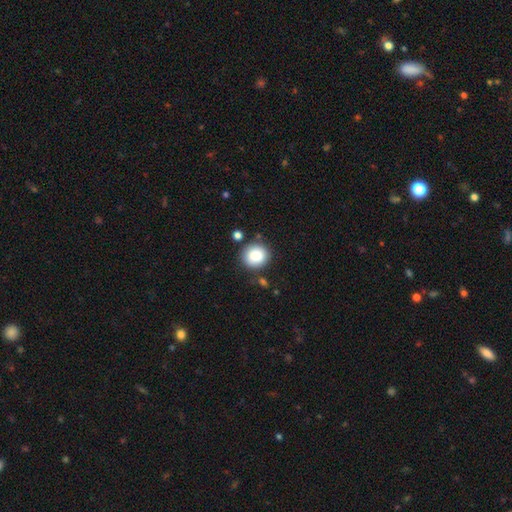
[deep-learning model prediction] A smooth galaxy with no disk features (84%) that is round (85%).

Vote fractions:
- Smooth or featured? smooth: 84% / star or artifact: 9% / featured or disk: 7%
- How rounded? round: 85% / in between: 14% / cigar-shaped: 1%
- Merging? none: 82% / minor disturbance: 10% / merger: 5% / major disturbance: 3%